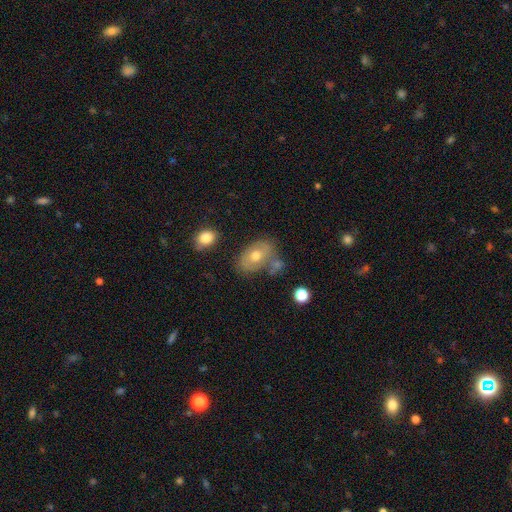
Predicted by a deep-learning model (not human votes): Smooth or featured? smooth (56%)
How rounded? in between (85%)
Merging? none (55%)